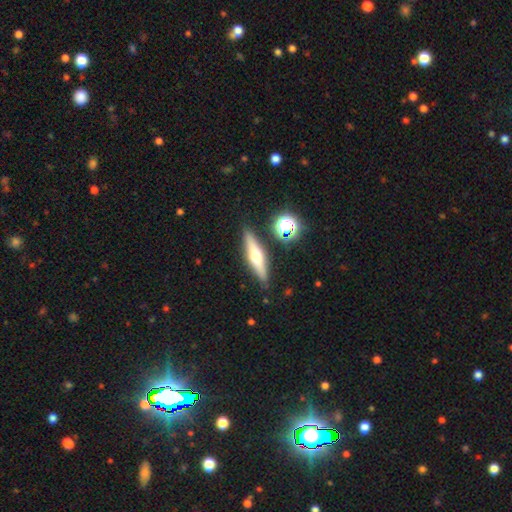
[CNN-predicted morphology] This appears to be a featured or disk galaxy (53%) viewed edge-on (93%). Merging: none (86%).